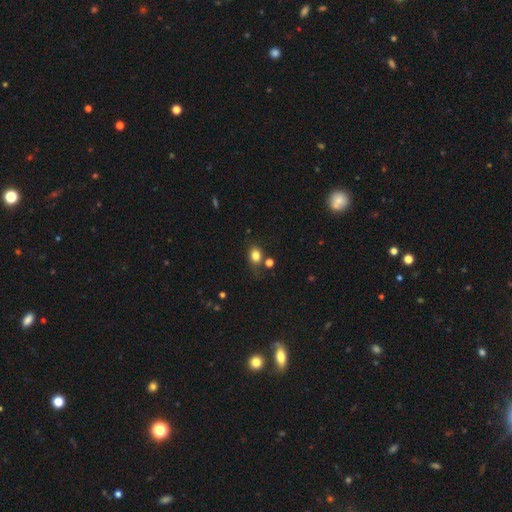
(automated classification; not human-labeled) Smooth or featured: smooth — 81% (star or artifact — 12%)
How rounded: in between — 53% (round — 46%)
Merging: none — 71% (minor disturbance — 15%)